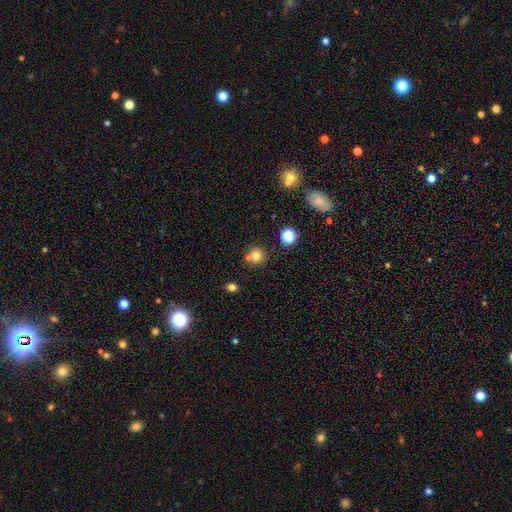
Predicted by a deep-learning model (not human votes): Smooth or featured: smooth — 76% (star or artifact — 15%)
How rounded: round — 92% (in between — 7%)
Merging: none — 69% (merger — 19%)